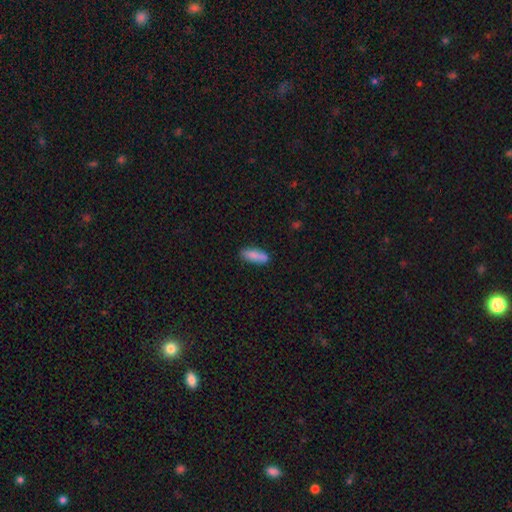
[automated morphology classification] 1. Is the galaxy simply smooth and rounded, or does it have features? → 84% smooth, 9% featured or disk, 6% star or artifact.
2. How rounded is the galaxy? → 64% in between, 34% cigar-shaped, 2% round.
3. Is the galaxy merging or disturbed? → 77% none, 15% minor disturbance, 4% merger, 3% major disturbance.